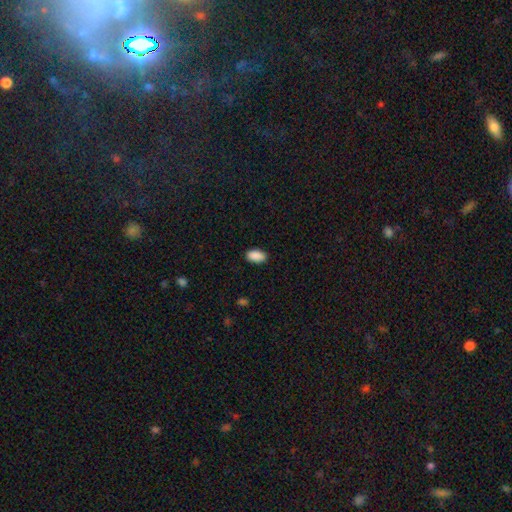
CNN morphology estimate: smooth 90%, star or artifact 7%, featured or disk 3%. Down the decision tree: how rounded — in between (94%); merging — none (88%).